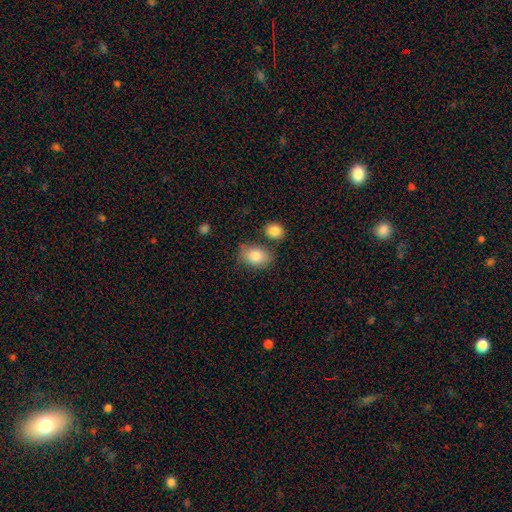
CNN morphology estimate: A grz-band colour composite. It shows a smooth galaxy with no disk features (84%) that is in between round and cigar-shaped (80%). Merging: none (68%).